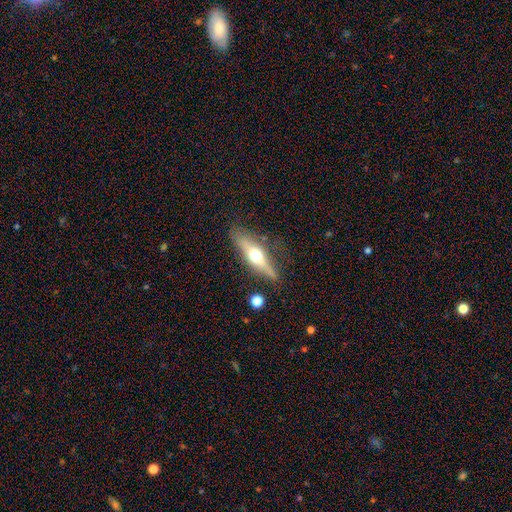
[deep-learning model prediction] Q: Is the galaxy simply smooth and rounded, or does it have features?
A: featured or disk — 61%.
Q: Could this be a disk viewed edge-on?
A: yes — 90%.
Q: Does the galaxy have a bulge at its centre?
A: rounded — 94%.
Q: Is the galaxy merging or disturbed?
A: none — 77%.